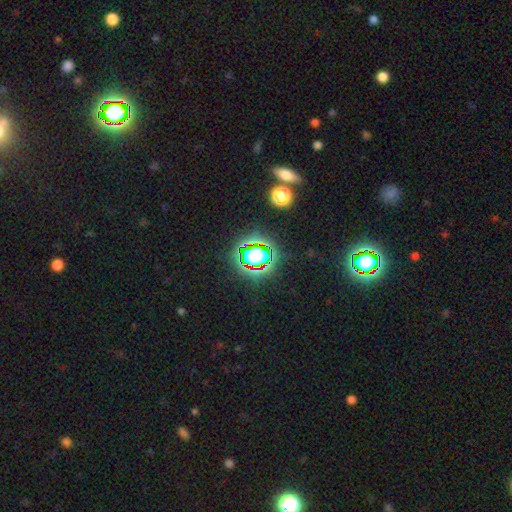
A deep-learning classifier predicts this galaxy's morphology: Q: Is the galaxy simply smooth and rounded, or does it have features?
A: star or artifact — 67%.